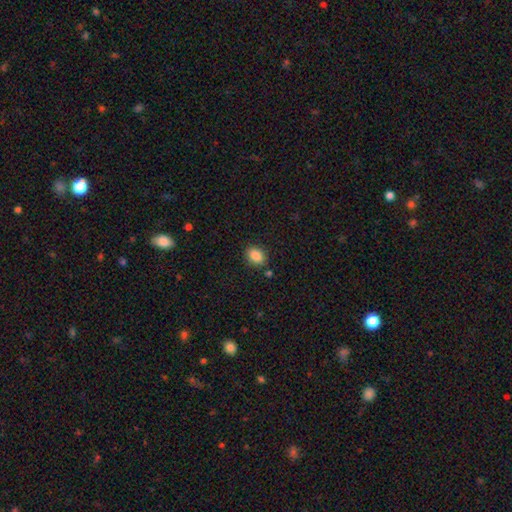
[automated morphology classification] Smooth or featured? Predicted: smooth (p=0.88). How rounded? Predicted: in between (p=0.77). Merging? Predicted: none (p=0.84).